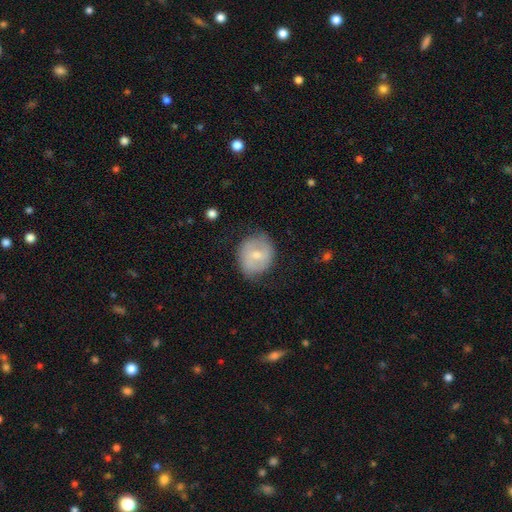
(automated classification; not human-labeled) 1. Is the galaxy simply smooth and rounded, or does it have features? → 57% smooth, 36% featured or disk, 7% star or artifact.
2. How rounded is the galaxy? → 70% round, 29% in between, 1% cigar-shaped.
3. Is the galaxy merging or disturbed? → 69% none, 23% minor disturbance, 7% major disturbance, 1% merger.